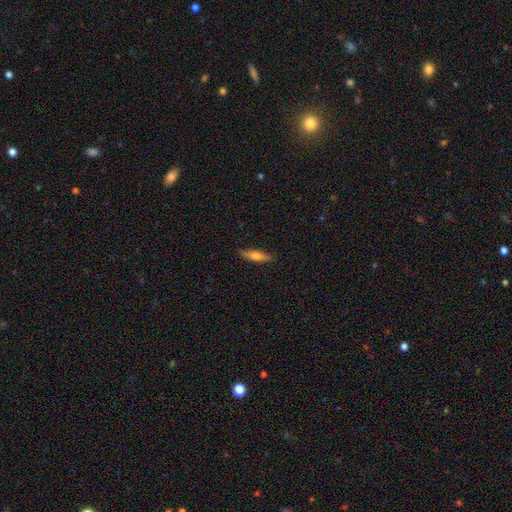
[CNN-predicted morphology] A smooth galaxy with no disk features (59%) that is cigar-shaped (72%). Merging: none (86%).